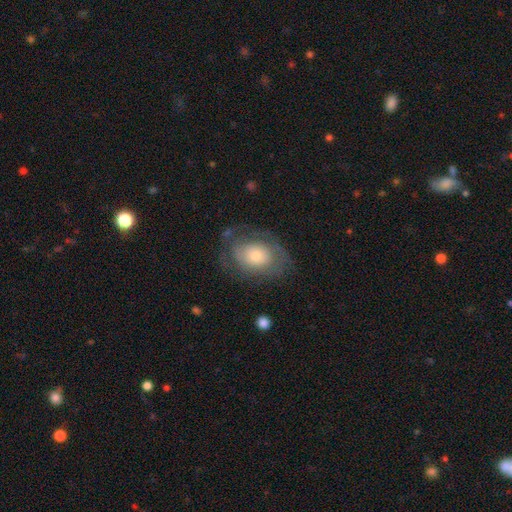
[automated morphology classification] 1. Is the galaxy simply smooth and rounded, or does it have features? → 50% smooth, 42% featured or disk, 8% star or artifact.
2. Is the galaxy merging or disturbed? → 65% none, 20% minor disturbance, 14% major disturbance, 2% merger.